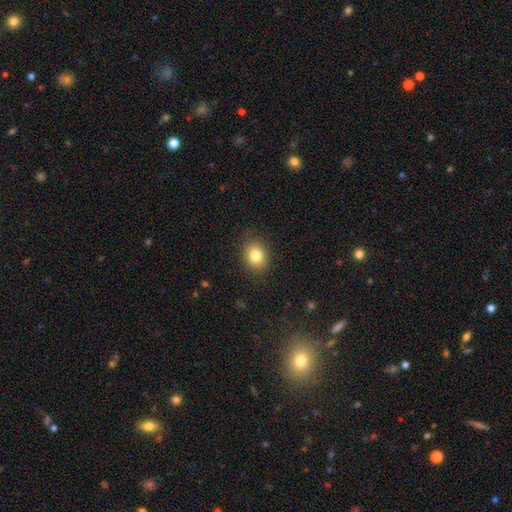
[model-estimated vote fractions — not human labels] Smooth or featured?
  - smooth: 82% *
  - star or artifact: 10%
  - featured or disk: 8%
How rounded?
  - round: 52% *
  - in between: 47%
  - cigar-shaped: 1%
Merging?
  - none: 87% *
  - minor disturbance: 9%
  - major disturbance: 3%
  - merger: 1%